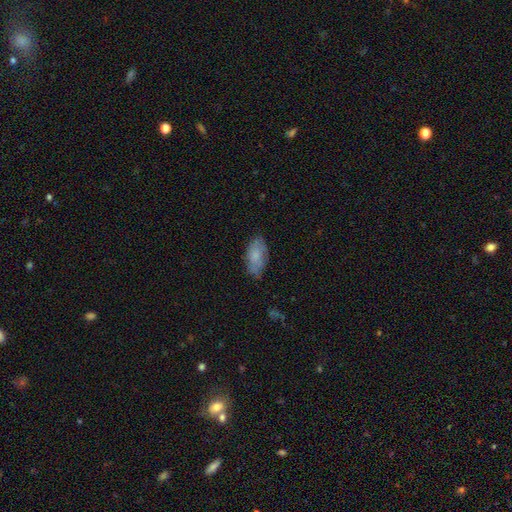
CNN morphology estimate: This appears to be a smooth galaxy with no disk features (73%) that is in between round and cigar-shaped (91%). Merging: none (71%).